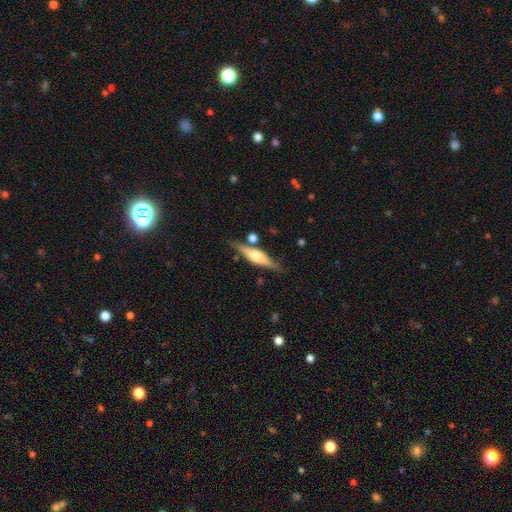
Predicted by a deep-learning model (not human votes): featured or disk 62%, smooth 32%, star or artifact 6%. Down the decision tree: edge-on disk — yes (94%); edge-on bulge — rounded (84%); merging — none (78%).